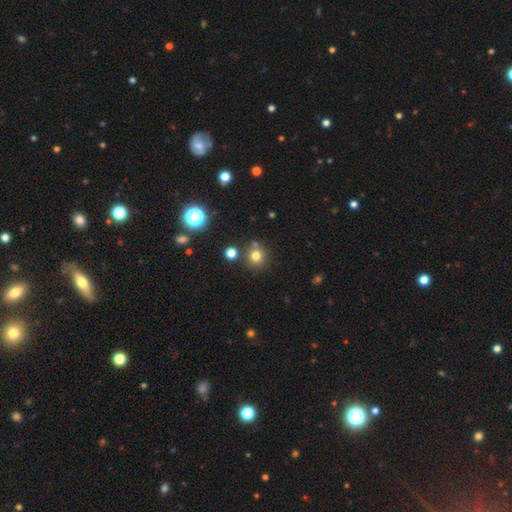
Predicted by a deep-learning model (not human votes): smooth 75%, star or artifact 18%, featured or disk 7%. Down the decision tree: how rounded — round (92%); merging — none (77%).